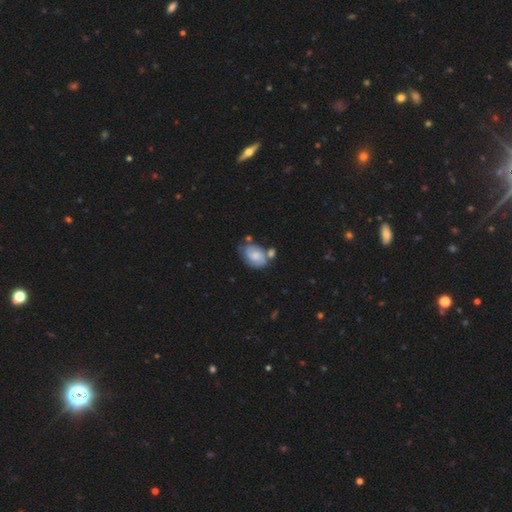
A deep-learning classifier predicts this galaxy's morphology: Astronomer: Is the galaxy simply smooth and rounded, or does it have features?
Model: smooth — 51% (runner-up: featured or disk, 42%).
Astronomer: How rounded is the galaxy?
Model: in between — 81%.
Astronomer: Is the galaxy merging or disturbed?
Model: none — 46% (runner-up: minor disturbance, 23%).